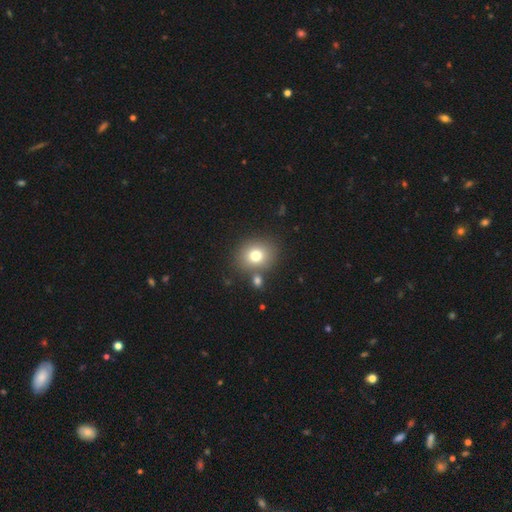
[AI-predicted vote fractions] Smooth or featured?
  - smooth: 76% *
  - star or artifact: 12%
  - featured or disk: 12%
How rounded?
  - round: 68% *
  - in between: 31%
  - cigar-shaped: 1%
Merging?
  - none: 74% *
  - merger: 13%
  - minor disturbance: 9%
  - major disturbance: 3%